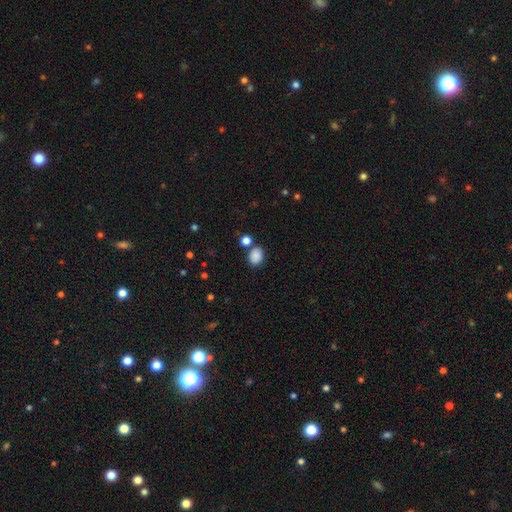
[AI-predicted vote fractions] The model was most divided on "how rounded": round: 55%, in between: 44%, cigar-shaped: 1%. More confident: smooth or featured — smooth (86%); merging — none (74%).